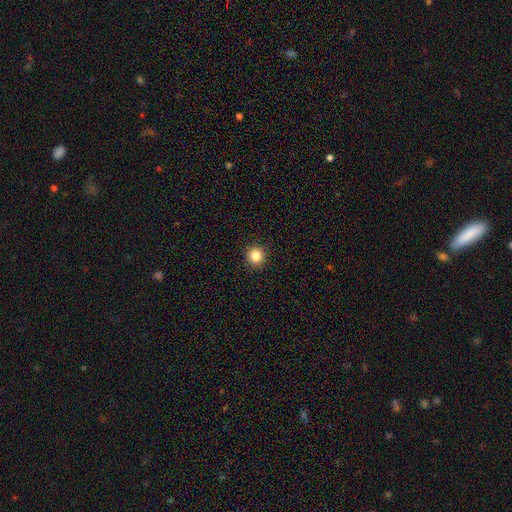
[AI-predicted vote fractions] Overall: smooth (84%). How rounded: round (95%). Merging: none (92%).